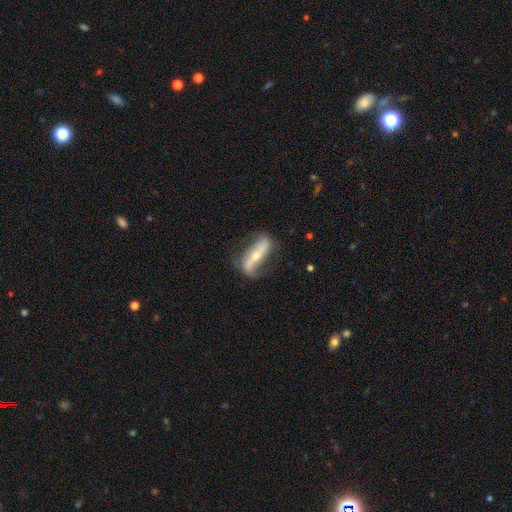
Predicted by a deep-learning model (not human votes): Q: Smooth or featured?
A: featured or disk (77%); runner-up: smooth (18%)
Q: Edge-on disk?
A: no (75%); runner-up: yes (25%)
Q: Bar?
A: strong (60%); runner-up: no (22%)
Q: Spiral arms?
A: yes (84%); runner-up: no (16%)
Q: Bulge size?
A: small (52%); runner-up: moderate (43%)
Q: Merging?
A: none (68%); runner-up: minor disturbance (21%)